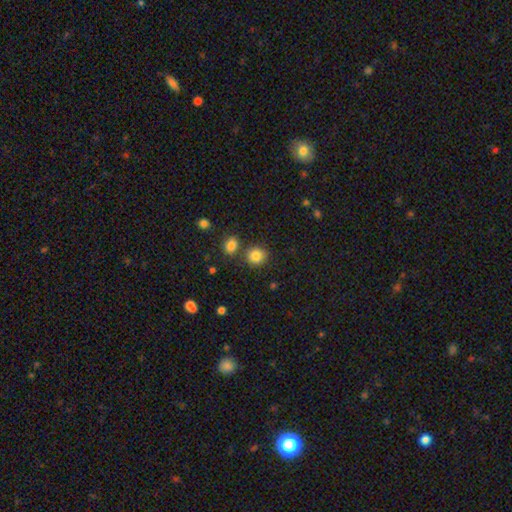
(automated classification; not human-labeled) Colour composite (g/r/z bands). It shows a smooth galaxy with no disk features (84%) that is round (85%). Merging: none (77%).